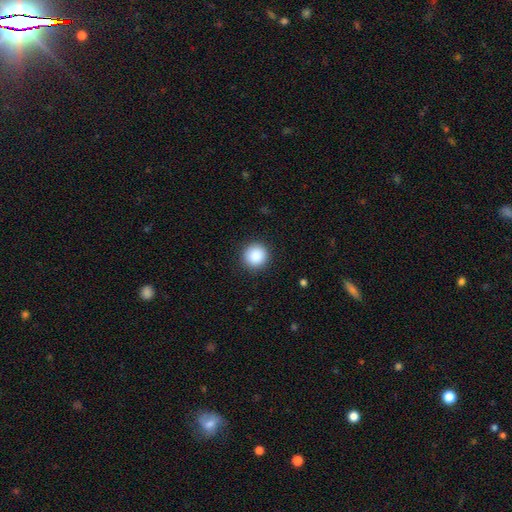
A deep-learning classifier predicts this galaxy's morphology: This is clearly a smooth galaxy (88%). How rounded: clearly round (94%). Merging: clearly none (92%).